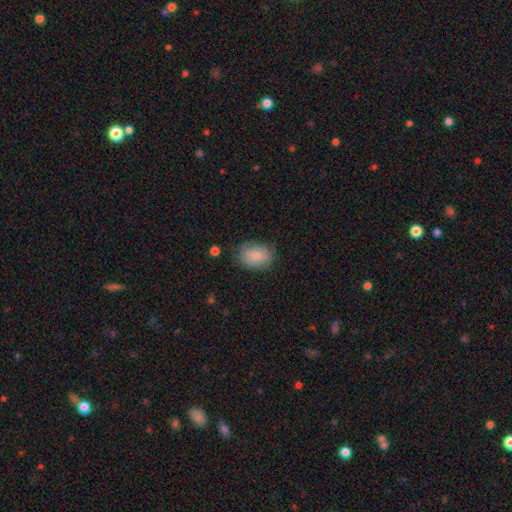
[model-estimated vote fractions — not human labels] smooth 79%, featured or disk 13%, star or artifact 8%. Down the decision tree: how rounded — in between (66%); merging — none (73%).